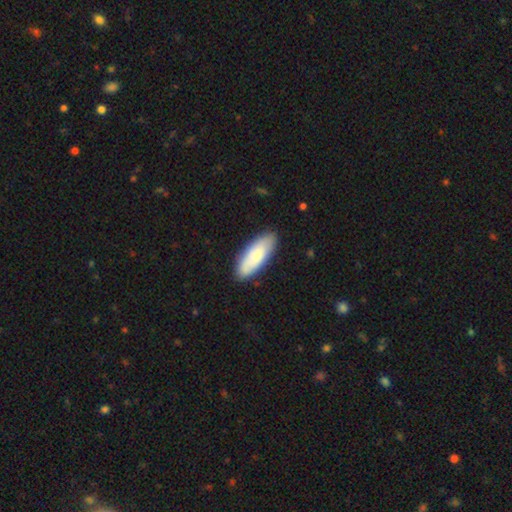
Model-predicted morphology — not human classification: Smooth or featured? Predicted: smooth (p=0.78). How rounded? Predicted: in between (p=0.70). Merging? Predicted: none (p=0.87).